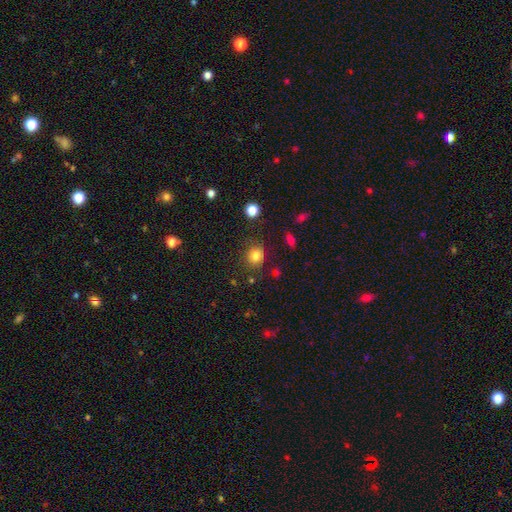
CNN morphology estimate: smooth_or_featured: smooth (p=0.82) [alt: star or artifact p=0.12]
how_rounded: round (p=0.77) [alt: in between p=0.22]
merging: none (p=0.80) [alt: minor disturbance p=0.13]